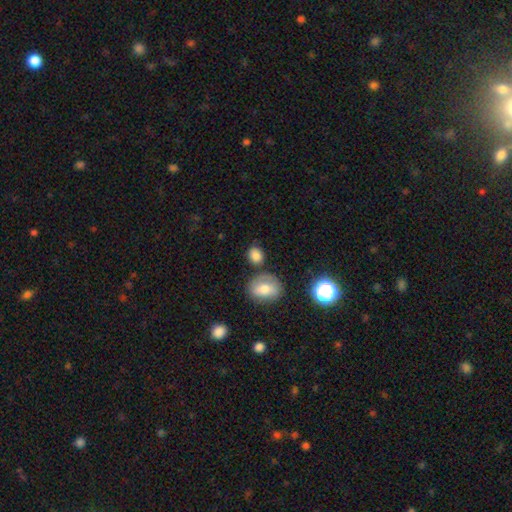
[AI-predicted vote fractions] Smooth or featured?
  - smooth: 82% *
  - star or artifact: 11%
  - featured or disk: 7%
How rounded?
  - round: 57% *
  - in between: 42%
  - cigar-shaped: 2%
Merging?
  - none: 71% *
  - minor disturbance: 15%
  - merger: 9%
  - major disturbance: 4%